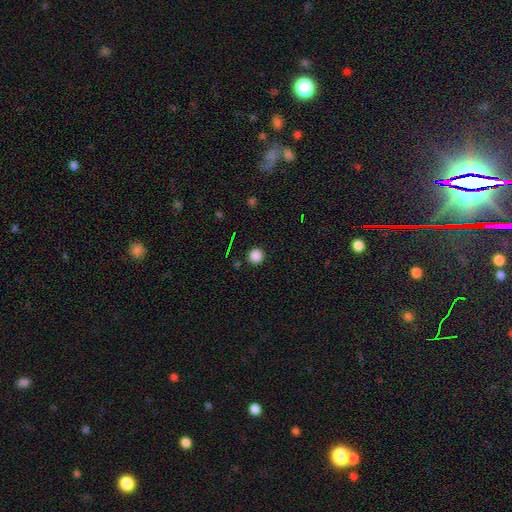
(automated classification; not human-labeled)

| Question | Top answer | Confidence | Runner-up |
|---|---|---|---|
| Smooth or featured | smooth | 84% | star or artifact (12%) |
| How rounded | round | 96% | in between (3%) |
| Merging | none | 91% | minor disturbance (5%) |